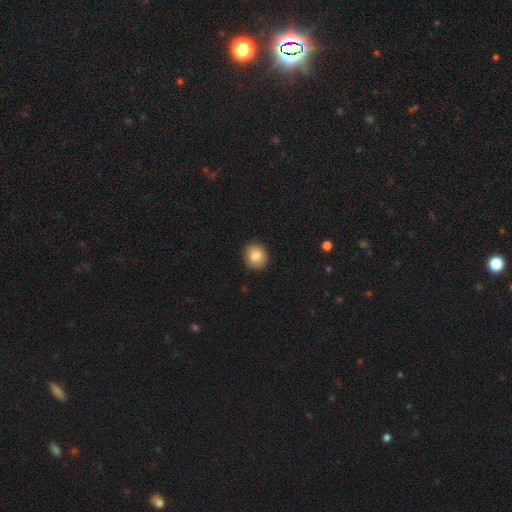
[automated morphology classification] Smooth or featured: smooth — 85% (star or artifact — 8%)
How rounded: round — 72% (in between — 27%)
Merging: none — 90% (minor disturbance — 8%)